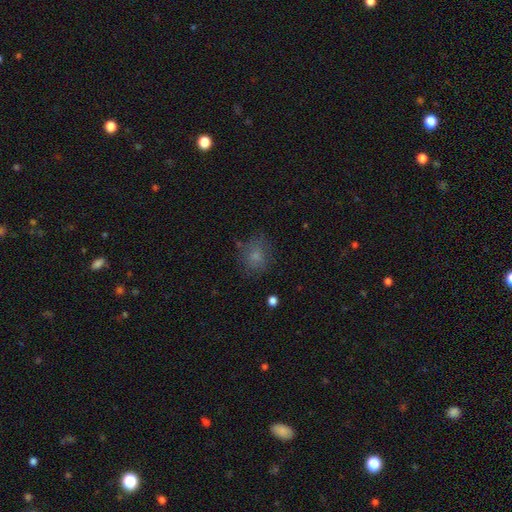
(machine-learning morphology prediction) This appears to be a smooth galaxy with no disk features (73%) that is round (69%). Merging: none (69%).